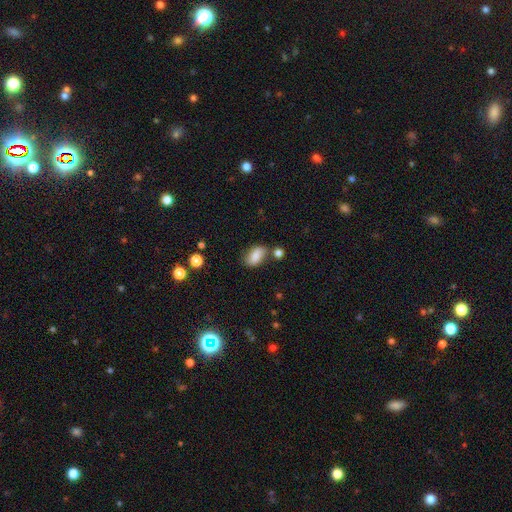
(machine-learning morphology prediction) Overall: smooth (82%). How rounded: in between (89%). Merging: none (64%).